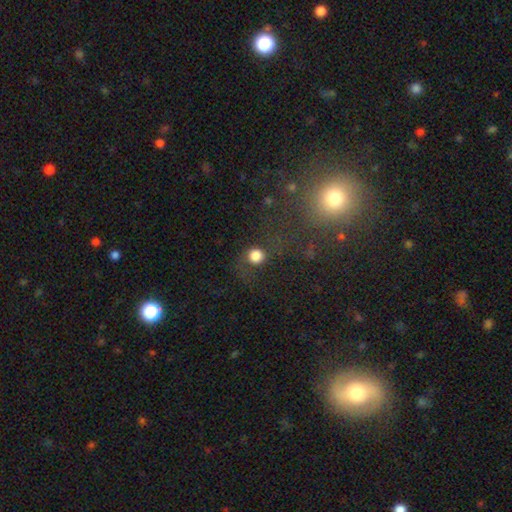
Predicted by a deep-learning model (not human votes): smooth_or_featured: smooth (p=0.75) [alt: star or artifact p=0.13]
how_rounded: round (p=0.89) [alt: in between p=0.10]
merging: none (p=0.70) [alt: minor disturbance p=0.15]